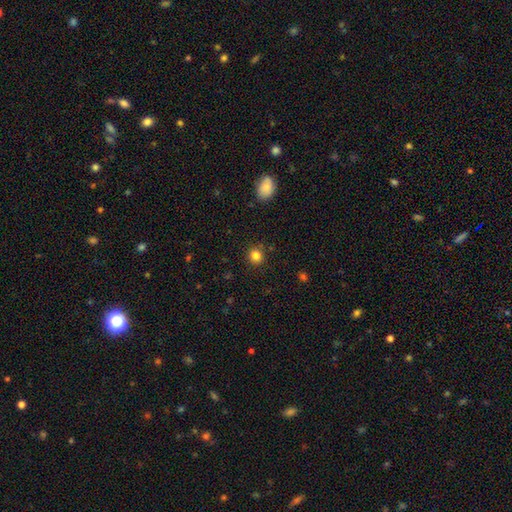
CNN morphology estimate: type=smooth (83%); roundness=round (87%); merging=none (88%).